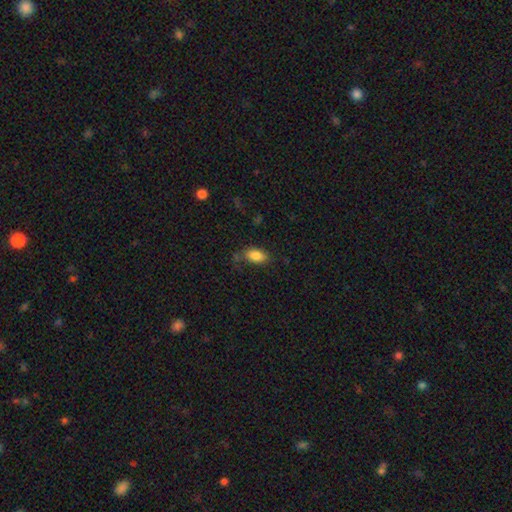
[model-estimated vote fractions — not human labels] Smooth or featured?
  - smooth: 84% *
  - star or artifact: 8%
  - featured or disk: 7%
How rounded?
  - in between: 91% *
  - round: 6%
  - cigar-shaped: 3%
Merging?
  - none: 70% *
  - minor disturbance: 20%
  - major disturbance: 6%
  - merger: 4%